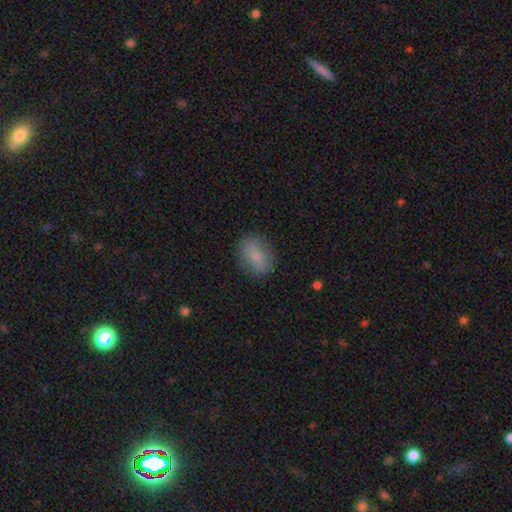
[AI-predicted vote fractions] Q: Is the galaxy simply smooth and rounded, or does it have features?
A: smooth — 78%.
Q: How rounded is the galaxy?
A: in between — 70%.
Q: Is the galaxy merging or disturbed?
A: none — 83%.